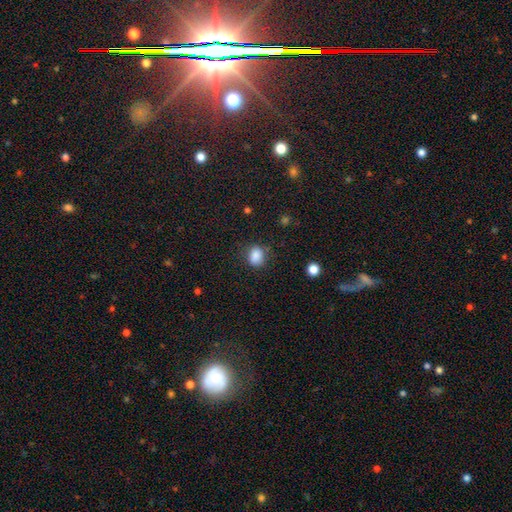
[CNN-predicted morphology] Q: Smooth or featured?
A: smooth (85%); runner-up: star or artifact (10%)
Q: How rounded?
A: in between (50%); runner-up: round (49%)
Q: Merging?
A: none (76%); runner-up: minor disturbance (17%)